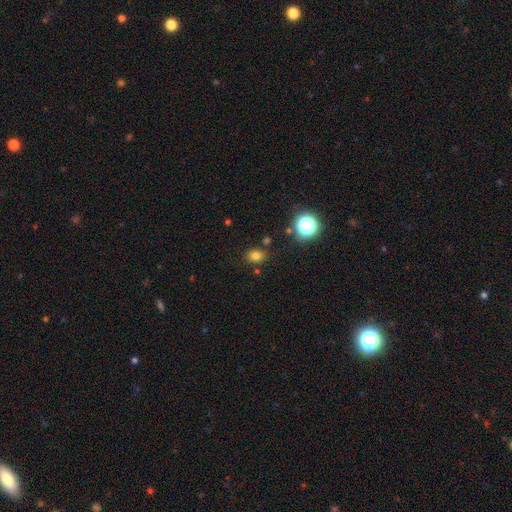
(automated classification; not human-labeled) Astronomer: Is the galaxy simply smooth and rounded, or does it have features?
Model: smooth — 75%.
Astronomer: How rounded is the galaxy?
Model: in between — 53% (runner-up: round, 46%).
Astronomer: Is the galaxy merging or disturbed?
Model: none — 80%.